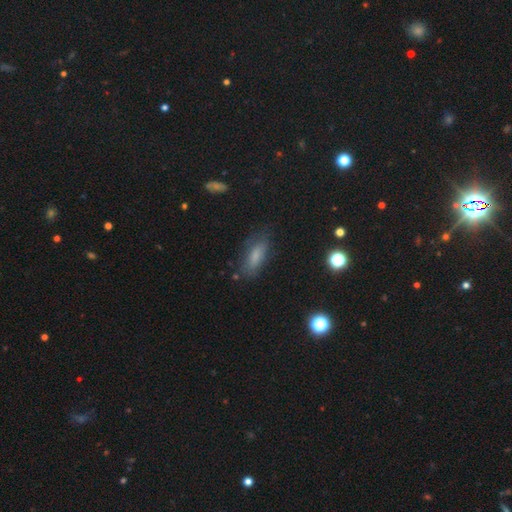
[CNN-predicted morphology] Smooth or featured?
  - smooth: 69% *
  - featured or disk: 19%
  - star or artifact: 12%
How rounded?
  - in between: 68% *
  - cigar-shaped: 29%
  - round: 3%
Merging?
  - none: 74% *
  - minor disturbance: 18%
  - major disturbance: 6%
  - merger: 2%